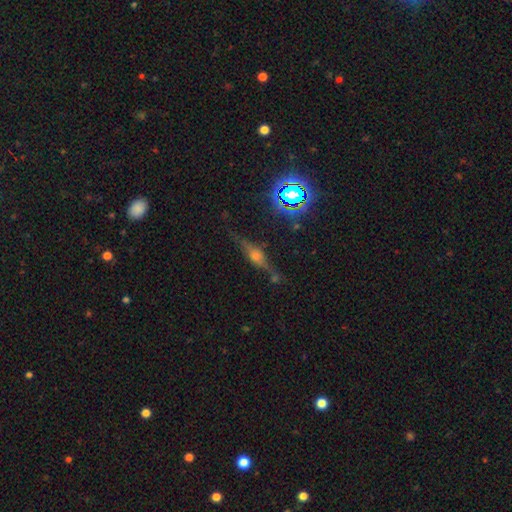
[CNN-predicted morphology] Smooth or featured?
  - featured or disk: 66% *
  - star or artifact: 18%
  - smooth: 16%
Edge-on disk?
  - yes: 92% *
  - no: 8%
Edge-on bulge?
  - rounded: 85% *
  - boxy: 12%
  - none: 3%
Merging?
  - none: 76% *
  - minor disturbance: 15%
  - major disturbance: 5%
  - merger: 4%